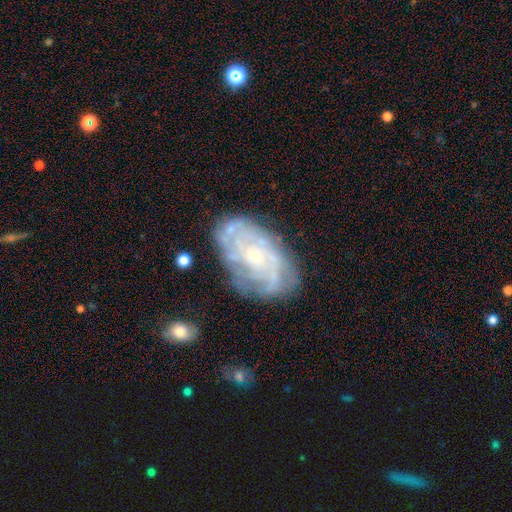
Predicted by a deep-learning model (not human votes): The model was most divided on "bulge size": small: 63%, moderate: 31%, none: 3%, large: 2%, dominant: 1%. Remaining: edge-on disk — no (96%); spiral arms — yes (86%); smooth or featured — featured or disk (79%); bar — no (75%); merging — none (70%); spiral winding — tight (63%); spiral arm count — can't tell (49%).